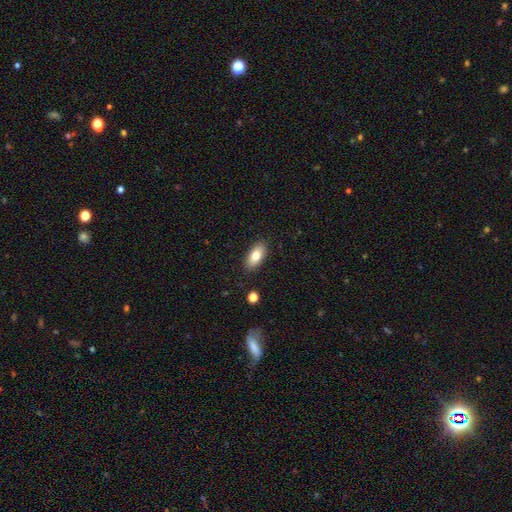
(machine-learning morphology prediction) Smooth or featured? smooth (79%)
How rounded? in between (89%)
Merging? none (88%)